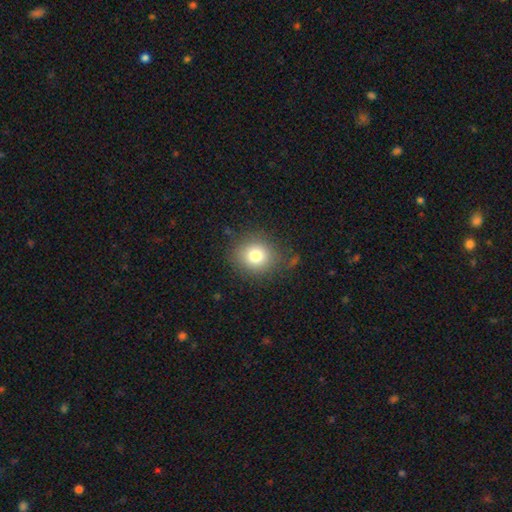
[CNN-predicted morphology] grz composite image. It shows a smooth galaxy with no disk features (78%) that is round (83%). Merging: none (80%).